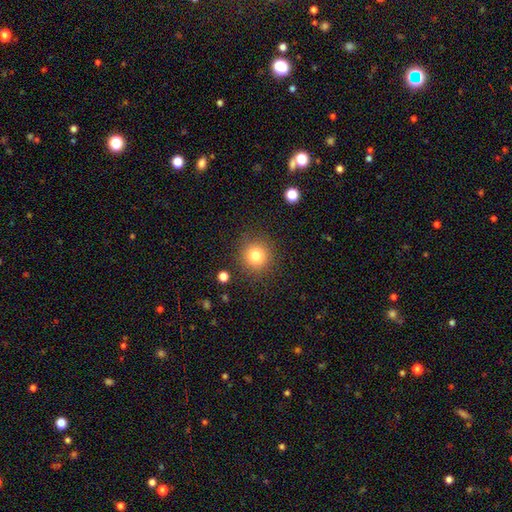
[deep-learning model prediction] Smooth or featured? Predicted: smooth (p=0.80). How rounded? Predicted: round (p=0.93). Merging? Predicted: none (p=0.87).